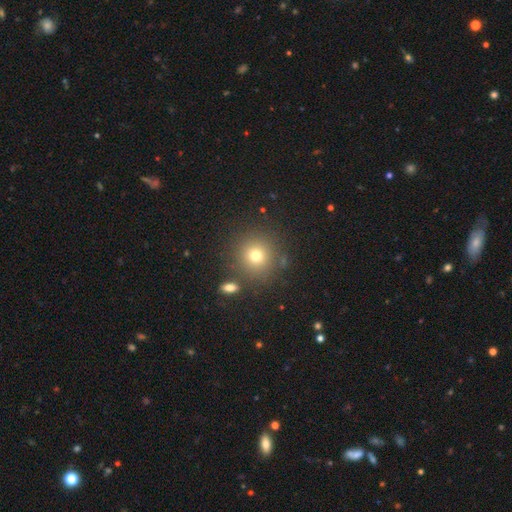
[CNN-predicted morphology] Smooth or featured? smooth (73%)
How rounded? round (93%)
Merging? none (84%)